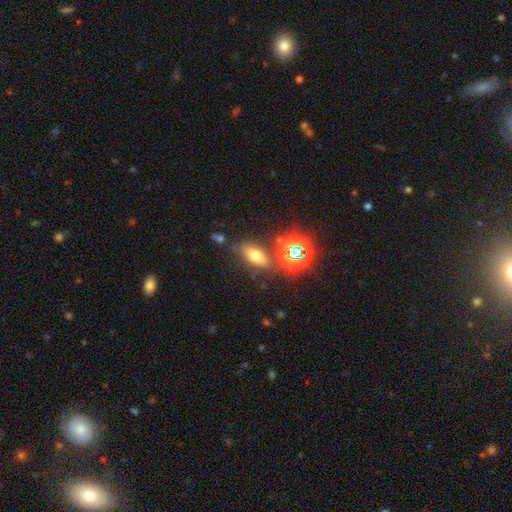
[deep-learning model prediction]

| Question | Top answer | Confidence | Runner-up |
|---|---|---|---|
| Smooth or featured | smooth | 60% | star or artifact (22%) |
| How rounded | in between | 67% | cigar-shaped (19%) |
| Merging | none | 74% | minor disturbance (13%) |